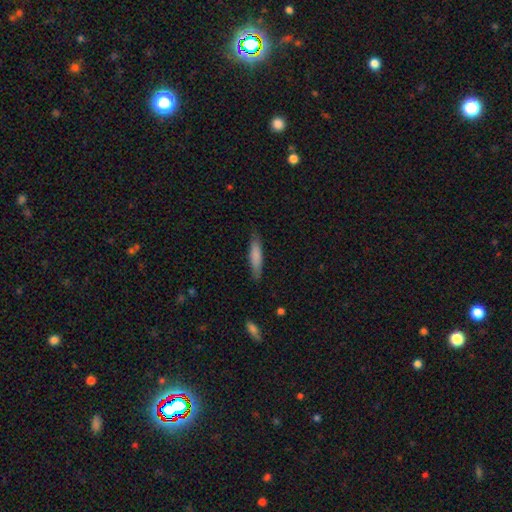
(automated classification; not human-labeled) Smooth or featured?
  - smooth: 79% *
  - featured or disk: 15%
  - star or artifact: 6%
How rounded?
  - cigar-shaped: 83% *
  - in between: 16%
  - round: 1%
Merging?
  - none: 83% *
  - minor disturbance: 13%
  - major disturbance: 2%
  - merger: 1%